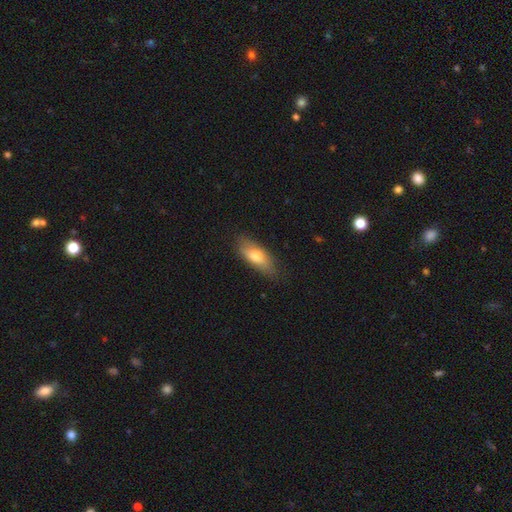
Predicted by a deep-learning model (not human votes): A smooth galaxy with no disk features (72%) that is in between round and cigar-shaped (71%). Merging: none (77%).